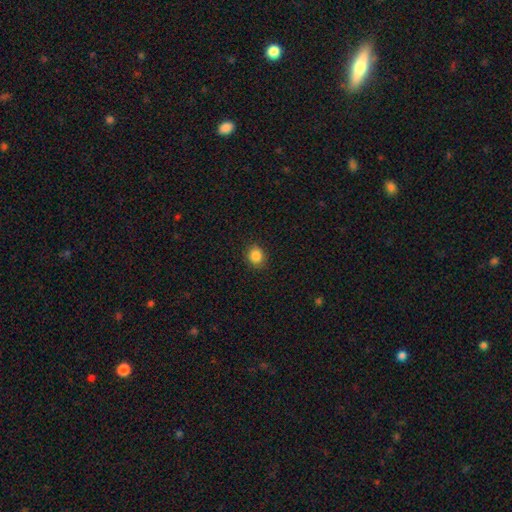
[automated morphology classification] type=smooth (87%); roundness=round (76%); merging=none (90%).